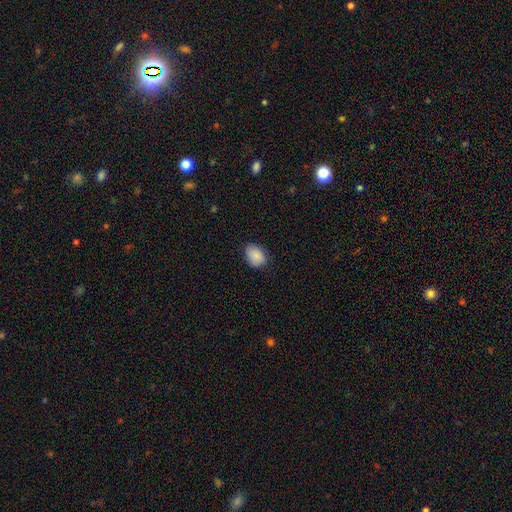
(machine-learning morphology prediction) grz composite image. It shows a smooth galaxy with no disk features (87%) that is in between round and cigar-shaped (69%). Merging: none (75%).